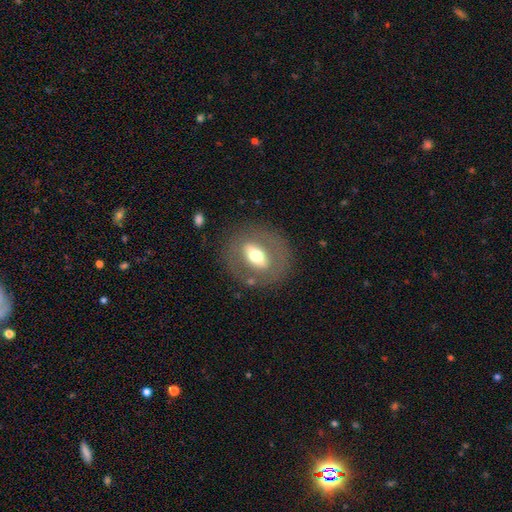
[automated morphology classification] A featured or disk galaxy (52%). Merging: none (79%).